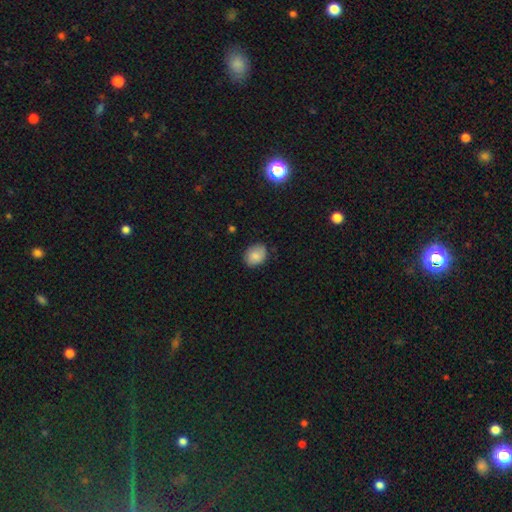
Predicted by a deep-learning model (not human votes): Smooth or featured: smooth — 84% (star or artifact — 9%)
How rounded: in between — 54% (round — 45%)
Merging: none — 80% (minor disturbance — 16%)